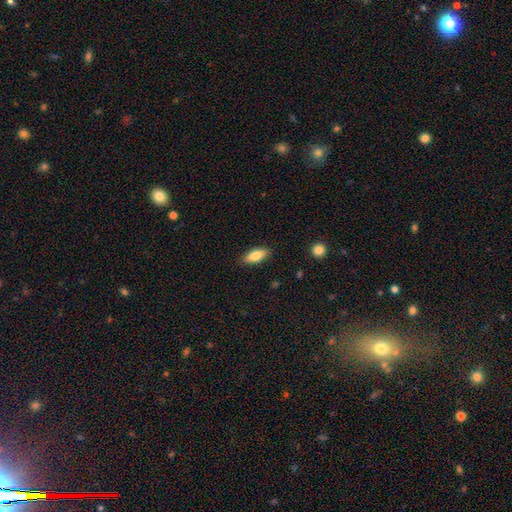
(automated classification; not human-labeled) This appears to be a smooth galaxy with no disk features (79%) that is in between round and cigar-shaped (80%). Merging: none (87%).